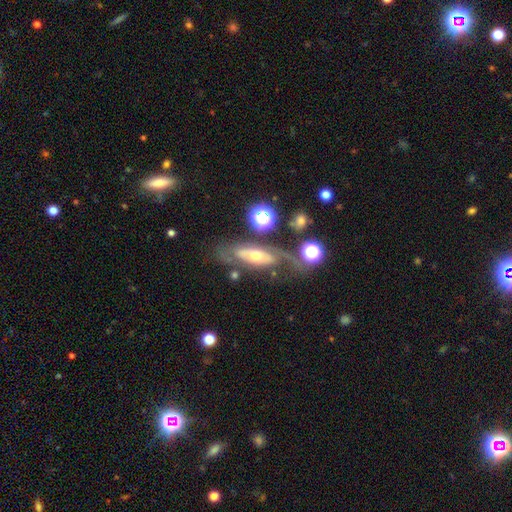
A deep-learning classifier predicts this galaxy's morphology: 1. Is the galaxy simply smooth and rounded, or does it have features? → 65% featured or disk, 26% smooth, 9% star or artifact.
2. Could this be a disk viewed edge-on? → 76% no, 24% yes.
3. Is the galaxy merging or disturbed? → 53% none, 20% minor disturbance, 19% major disturbance, 8% merger.